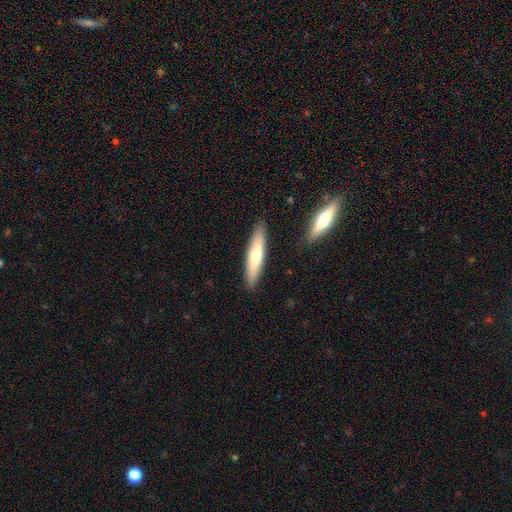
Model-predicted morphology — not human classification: This appears to be a smooth galaxy with no disk features (60%) that is cigar-shaped (82%). Merging: none (88%).